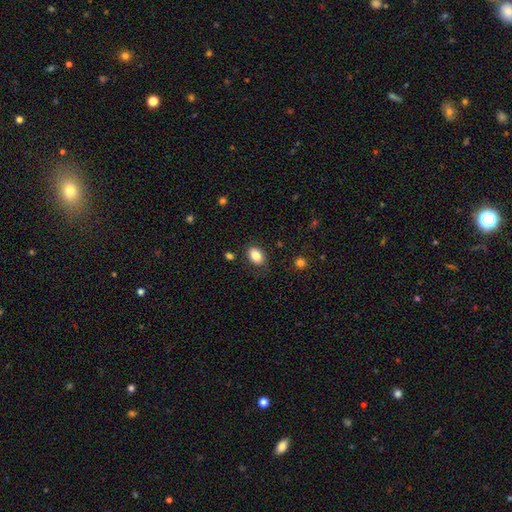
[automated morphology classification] A smooth galaxy with no disk features (85%) that is in between round and cigar-shaped (82%). Merging: none (83%).